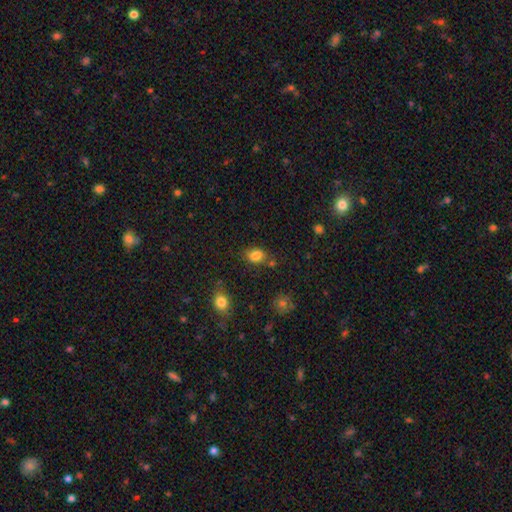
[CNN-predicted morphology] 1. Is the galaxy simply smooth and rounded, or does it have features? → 81% smooth, 11% star or artifact, 8% featured or disk.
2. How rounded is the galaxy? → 76% in between, 22% round, 2% cigar-shaped.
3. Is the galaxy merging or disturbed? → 65% none, 20% minor disturbance, 10% merger, 5% major disturbance.